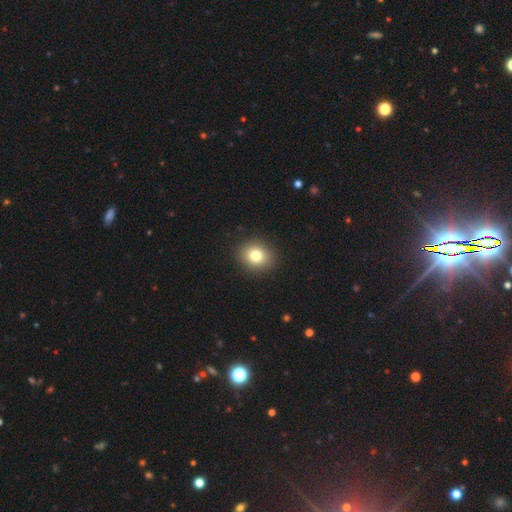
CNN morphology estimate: A smooth galaxy with no disk features (81%) that is round (66%). Merging: none (90%).